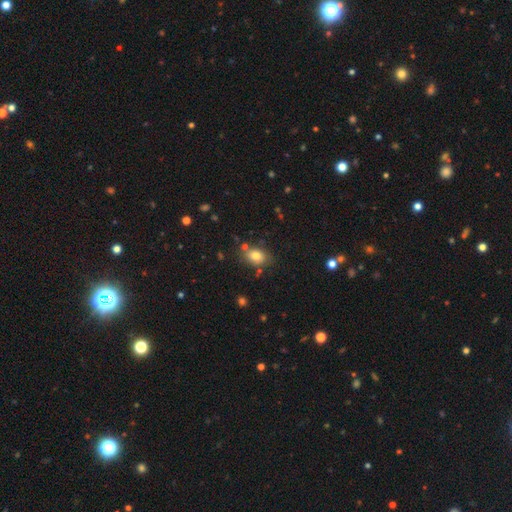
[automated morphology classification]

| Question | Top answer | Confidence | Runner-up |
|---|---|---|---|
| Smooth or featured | smooth | 80% | star or artifact (10%) |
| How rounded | in between | 74% | round (25%) |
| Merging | none | 75% | minor disturbance (15%) |